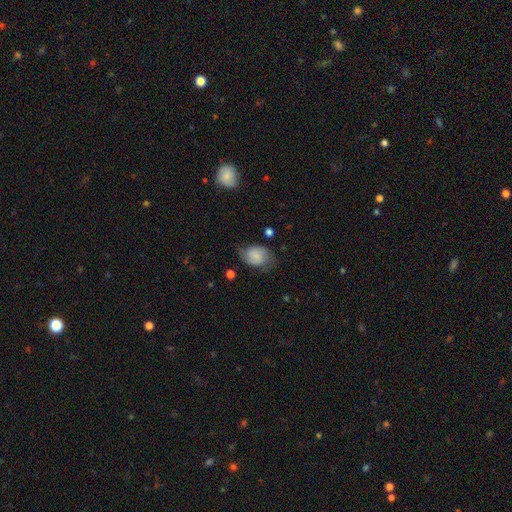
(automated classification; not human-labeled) Morphology: type=smooth (57%); roundness=in between (72%); merging=none (59%).